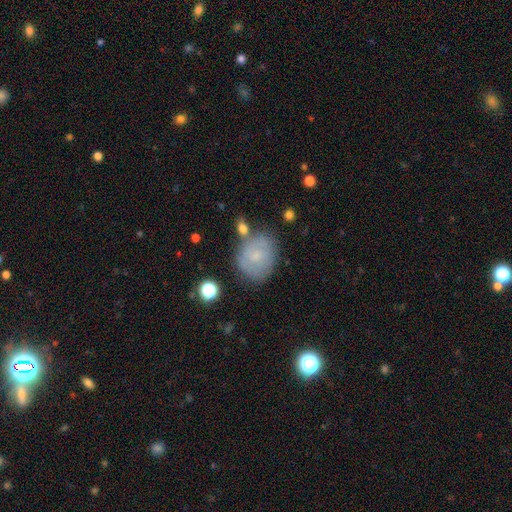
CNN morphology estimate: Smooth or featured? smooth (55%)
How rounded? round (62%)
Merging? none (66%)